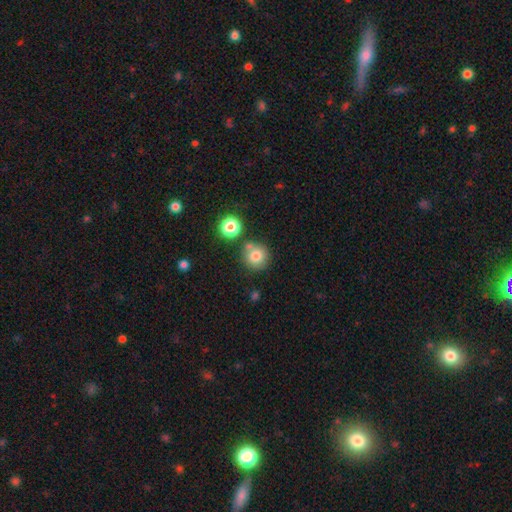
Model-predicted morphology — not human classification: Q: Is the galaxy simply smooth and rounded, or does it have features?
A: smooth — 79%.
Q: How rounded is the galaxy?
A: round — 92%.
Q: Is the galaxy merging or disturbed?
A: none — 68%.